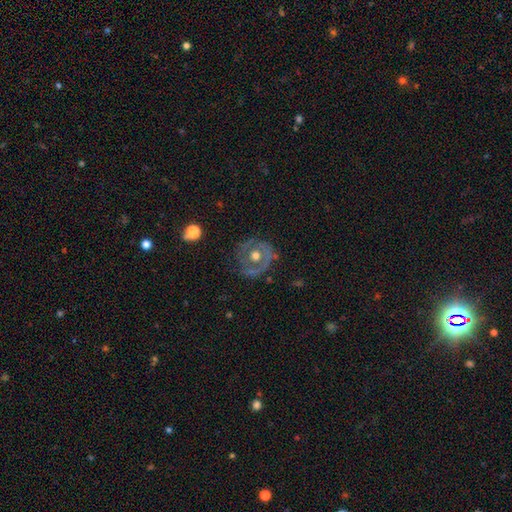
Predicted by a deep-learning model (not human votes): Smooth or featured? Predicted: featured or disk (p=0.64). Edge-on disk? Predicted: no (p=0.96). Bar? Predicted: no (p=0.85). Spiral arms? Predicted: no (p=0.55). Bulge size? Predicted: moderate (p=0.75). Merging? Predicted: none (p=0.69).